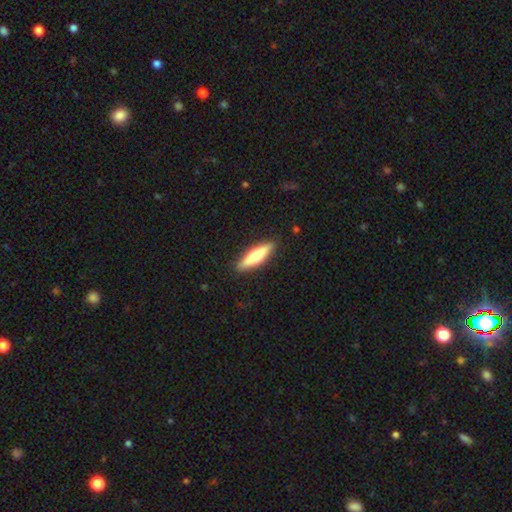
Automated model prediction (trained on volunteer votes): Q: Smooth or featured?
A: smooth (64%); runner-up: featured or disk (31%)
Q: How rounded?
A: cigar-shaped (72%); runner-up: in between (26%)
Q: Merging?
A: none (90%); runner-up: minor disturbance (8%)